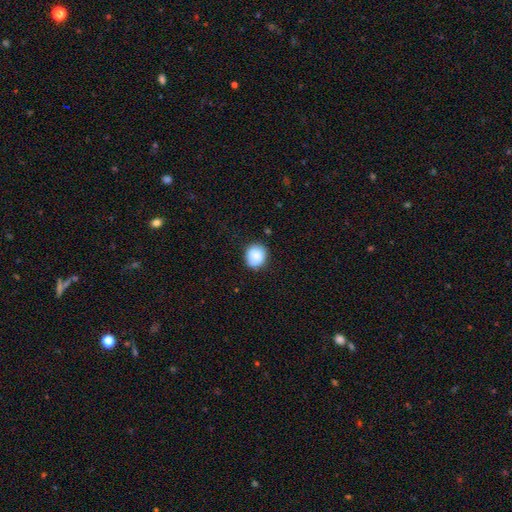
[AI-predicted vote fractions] Smooth or featured? smooth (83%)
How rounded? round (78%)
Merging? none (78%)